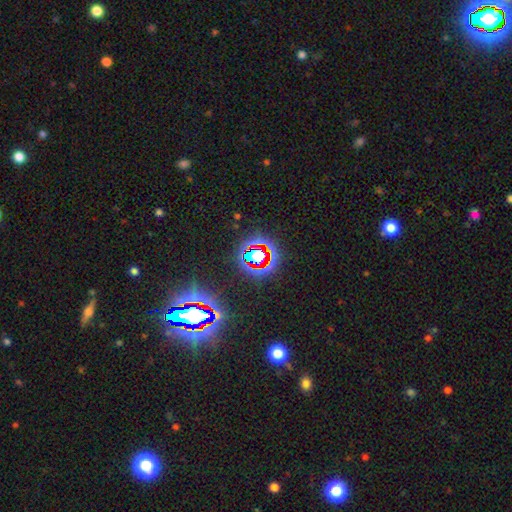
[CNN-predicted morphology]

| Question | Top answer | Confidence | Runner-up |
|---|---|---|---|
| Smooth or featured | star or artifact | 73% | smooth (16%) |